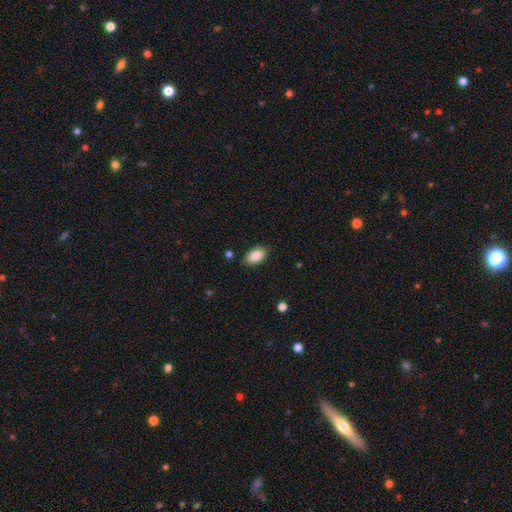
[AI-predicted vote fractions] A smooth galaxy with no disk features (87%) that is in between round and cigar-shaped (92%).

Vote fractions:
- Smooth or featured? smooth: 87% / star or artifact: 7% / featured or disk: 6%
- How rounded? in between: 92% / round: 6% / cigar-shaped: 2%
- Merging? none: 87% / minor disturbance: 10% / major disturbance: 2% / merger: 1%